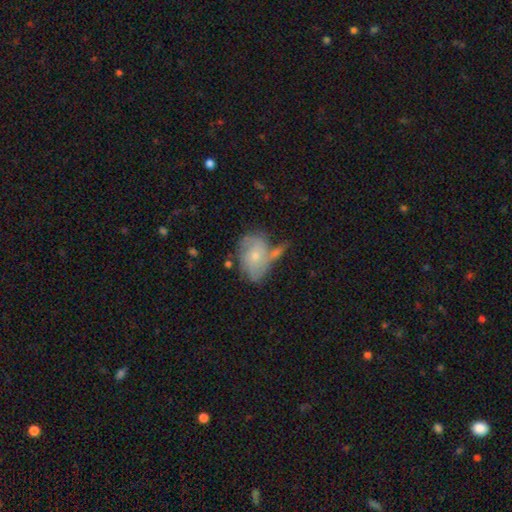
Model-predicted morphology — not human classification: Smooth or featured: smooth — 46% (tied with featured or disk — 46%)
Merging: none — 39% (minor disturbance — 24%)